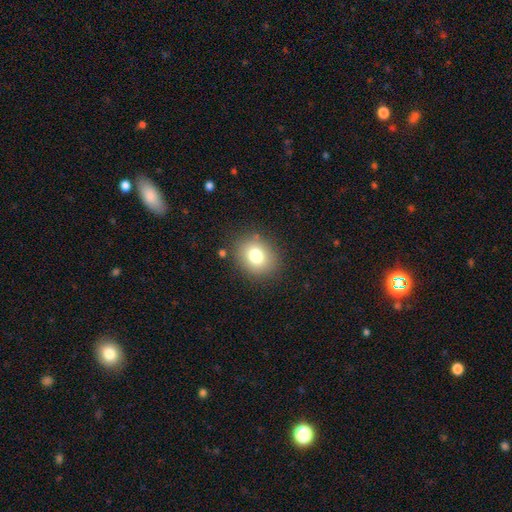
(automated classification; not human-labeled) Smooth or featured? smooth (78%)
How rounded? round (60%)
Merging? none (85%)